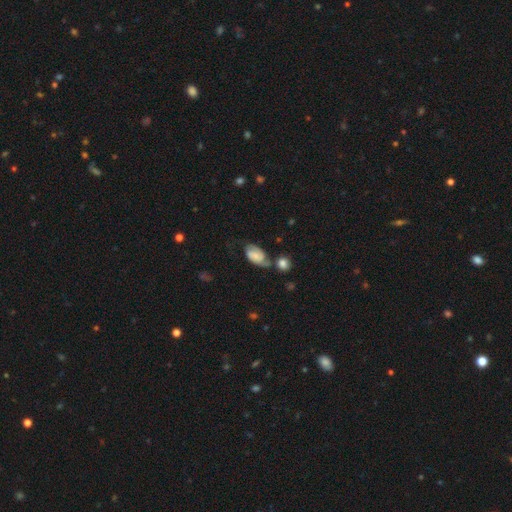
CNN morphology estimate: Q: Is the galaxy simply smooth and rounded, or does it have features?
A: smooth — 47%.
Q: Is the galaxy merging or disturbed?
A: none — 42%.